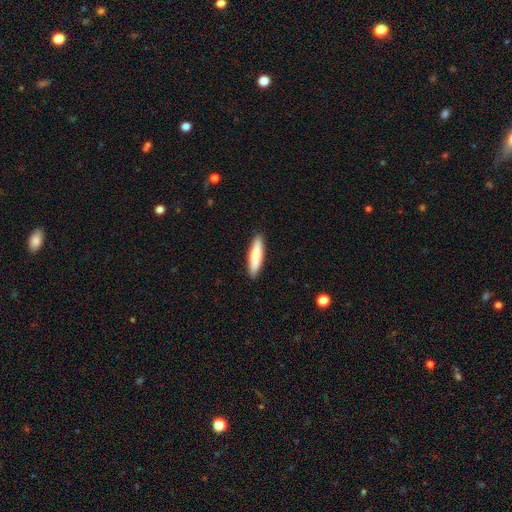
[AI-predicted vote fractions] Morphology: type=smooth (82%); roundness=cigar-shaped (80%); merging=none (90%).